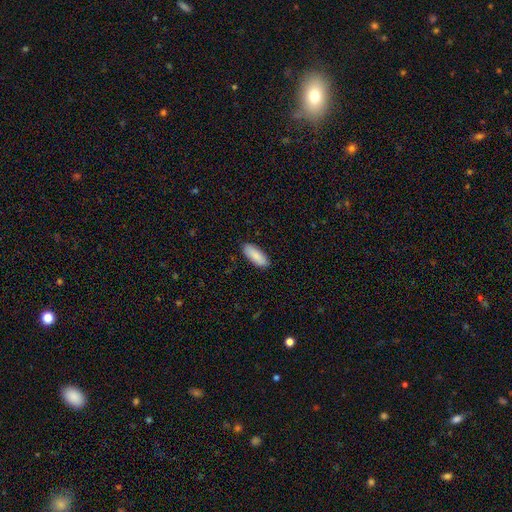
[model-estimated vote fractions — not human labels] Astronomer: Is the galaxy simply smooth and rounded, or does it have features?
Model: smooth — 88%.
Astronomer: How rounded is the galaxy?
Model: in between — 76%.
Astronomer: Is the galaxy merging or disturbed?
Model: none — 88%.